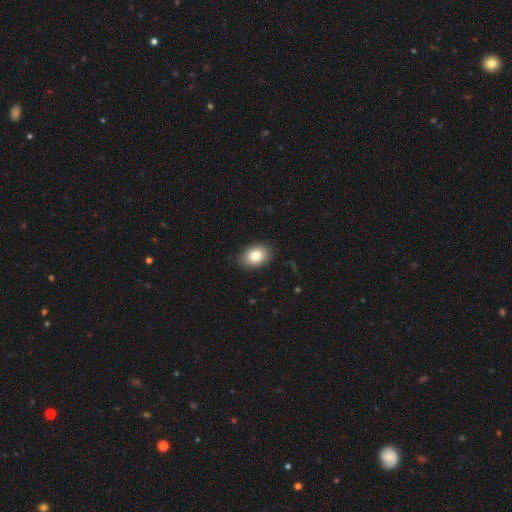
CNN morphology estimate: A smooth galaxy with no disk features (82%) that is in between round and cigar-shaped (77%). Merging: none (88%).